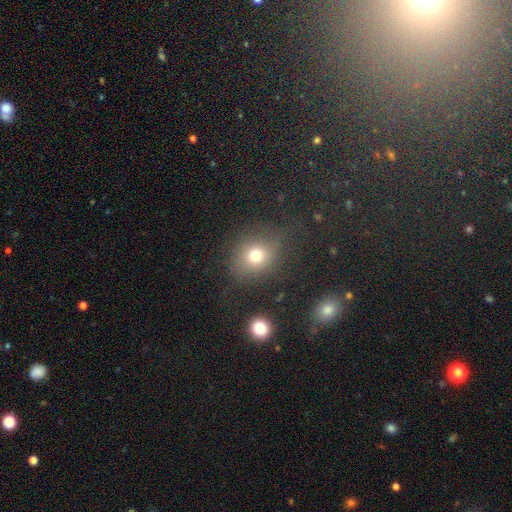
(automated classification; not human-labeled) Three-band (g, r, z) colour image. It shows a smooth galaxy with no disk features (74%) that is round (69%). Merging: none (71%).